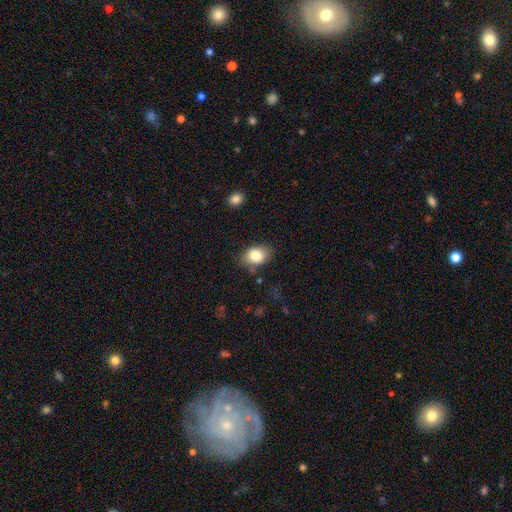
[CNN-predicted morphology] smooth-or-featured: smooth: 83% | featured or disk: 9% | star or artifact: 8%
  how-rounded: in between: 76% | round: 23% | cigar-shaped: 1%
  merging: none: 77% | minor disturbance: 17% | major disturbance: 4% | merger: 2%